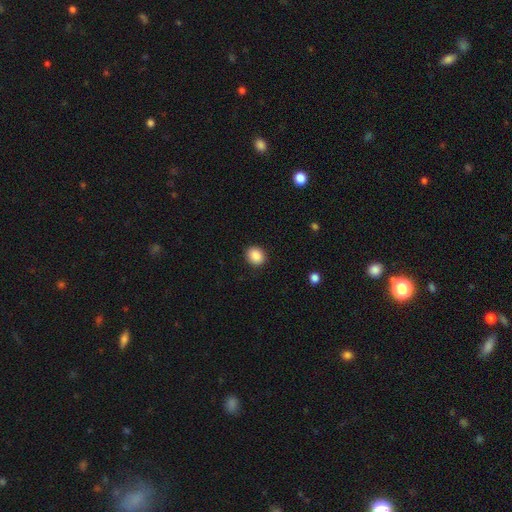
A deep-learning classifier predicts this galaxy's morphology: Smooth or featured: smooth — 88% (star or artifact — 9%)
How rounded: round — 68% (in between — 31%)
Merging: none — 90% (minor disturbance — 7%)